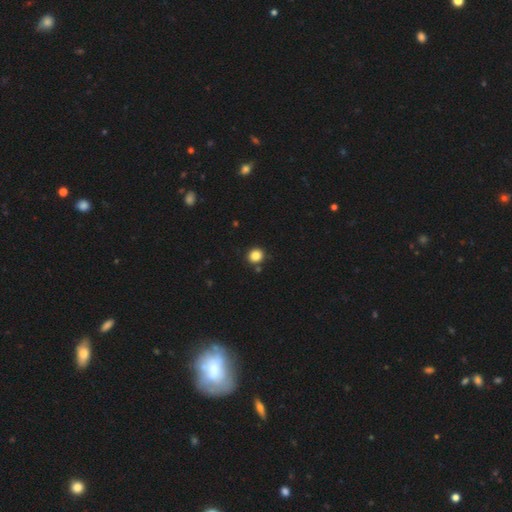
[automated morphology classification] This appears to be a smooth galaxy with no disk features (85%) that is round (88%). Merging: none (88%).